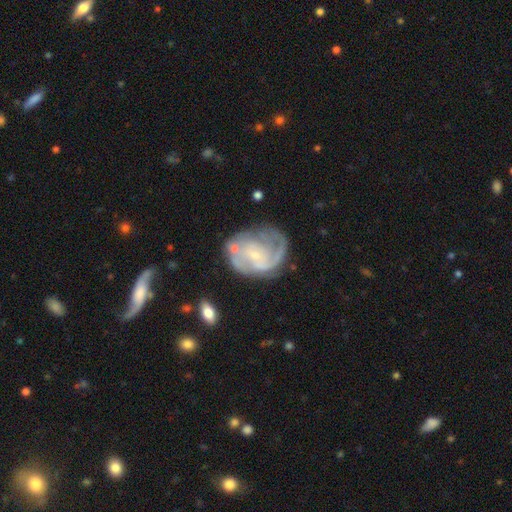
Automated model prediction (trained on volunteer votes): smooth_or_featured: featured or disk (p=0.79) [alt: smooth p=0.14]
disk_edge_on: no (p=0.98) [alt: yes p=0.02]
bar: no (p=0.60) [alt: weak p=0.33]
has_spiral_arms: yes (p=0.88) [alt: no p=0.12]
spiral_winding: medium (p=0.41) [alt: tight p=0.38]
spiral_arm_count: 2 (p=0.42) [alt: can't tell p=0.26]
bulge_size: small (p=0.72) [alt: moderate p=0.16]
merging: none (p=0.50) [alt: minor disturbance p=0.23]